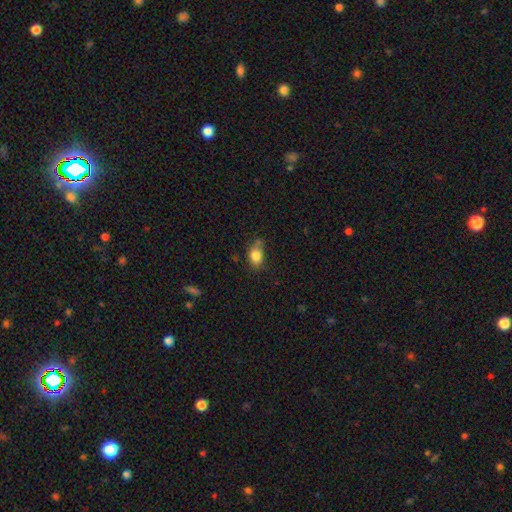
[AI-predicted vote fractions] This is clearly a smooth galaxy (83%). How rounded: likely in between (70%). Merging: possibly none (57%).